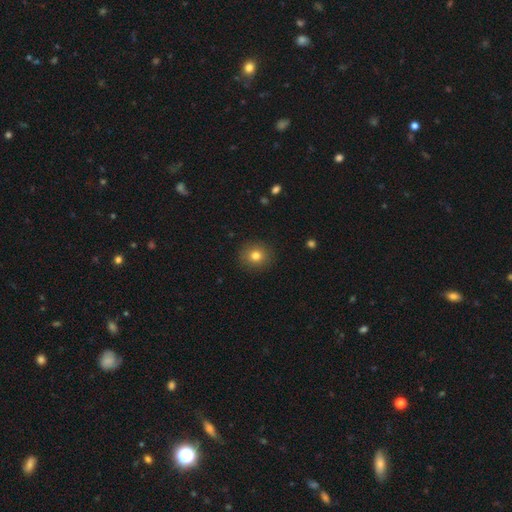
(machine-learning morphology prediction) Overall: smooth (80%). How rounded: round (88%). Merging: none (90%).